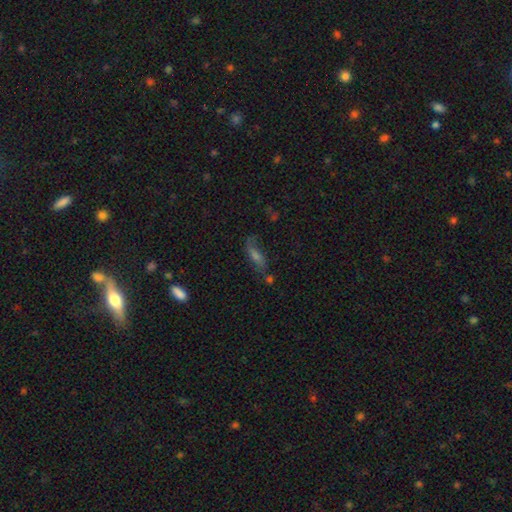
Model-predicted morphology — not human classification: A featured or disk galaxy (45%).

Vote fractions:
- Smooth or featured? featured or disk: 45% / smooth: 37% / star or artifact: 18%
- Merging? none: 60% / minor disturbance: 21% / major disturbance: 12% / merger: 7%